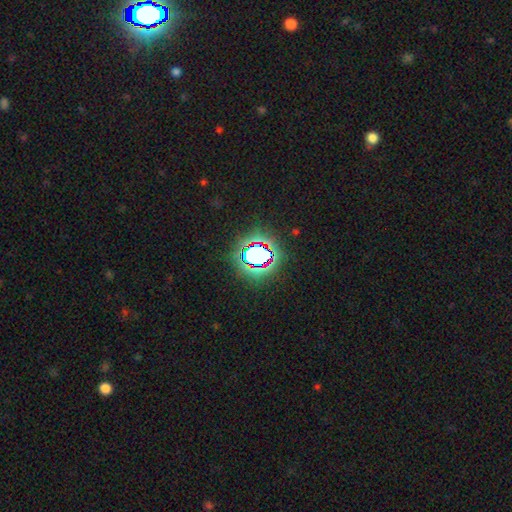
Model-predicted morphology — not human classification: Q: Smooth or featured?
A: star or artifact (65%); runner-up: smooth (24%)